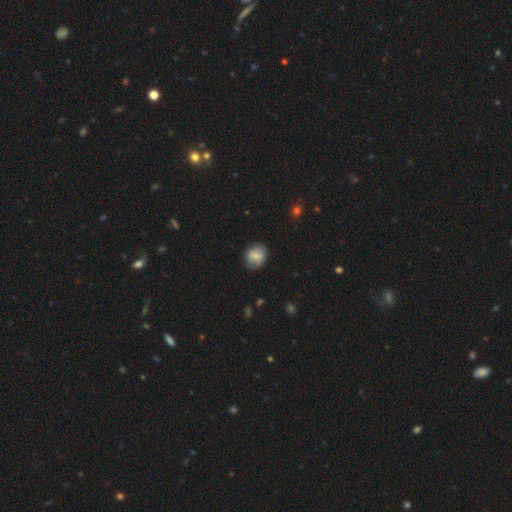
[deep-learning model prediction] Smooth or featured: smooth — 73% (featured or disk — 19%)
How rounded: round — 66% (in between — 33%)
Merging: none — 80% (minor disturbance — 15%)